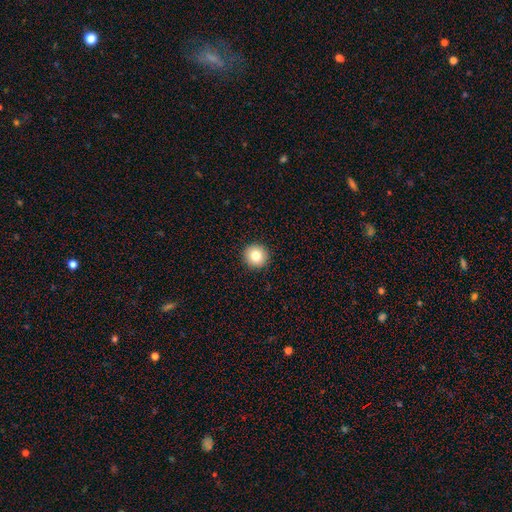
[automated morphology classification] A smooth galaxy with no disk features (81%) that is round (96%). Merging: none (93%).